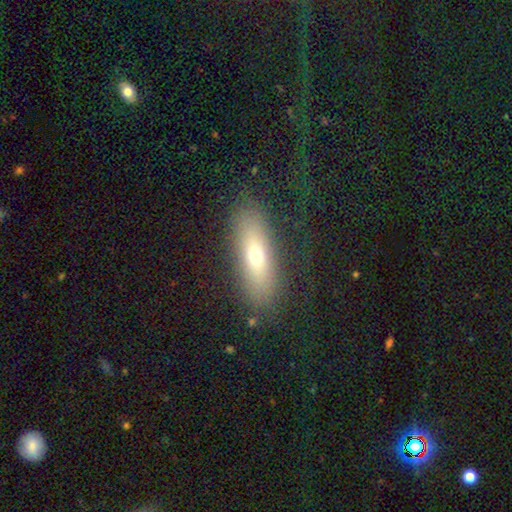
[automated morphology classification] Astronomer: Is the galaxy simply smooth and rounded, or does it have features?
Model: smooth — 64%.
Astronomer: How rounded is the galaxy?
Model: in between — 53% (runner-up: cigar-shaped, 43%).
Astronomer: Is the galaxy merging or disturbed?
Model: none — 81%.